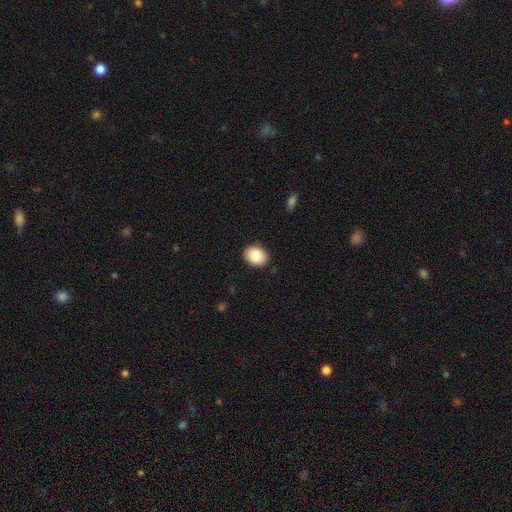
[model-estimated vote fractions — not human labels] smooth 86%, star or artifact 7%, featured or disk 7%. Down the decision tree: how rounded — in between (52%); merging — none (90%).